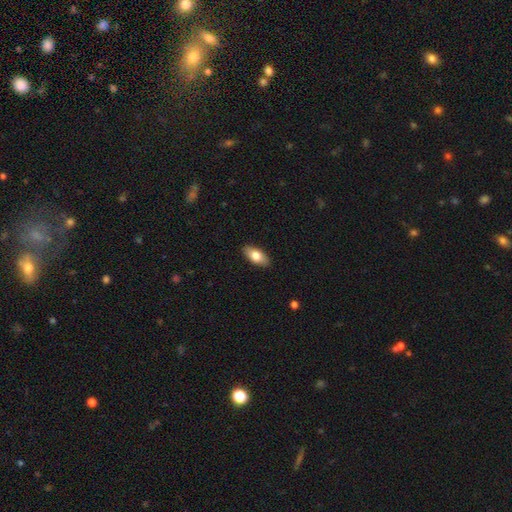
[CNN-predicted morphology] Smooth or featured: smooth — 77% (featured or disk — 17%)
How rounded: in between — 89% (cigar-shaped — 8%)
Merging: none — 89% (minor disturbance — 8%)